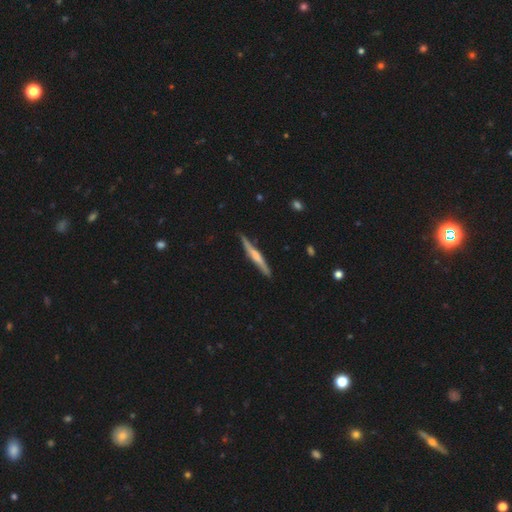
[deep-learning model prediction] This appears to be a featured or disk galaxy (55%) viewed edge-on (96%) with a rounded central bulge (40%). Merging: none (83%).